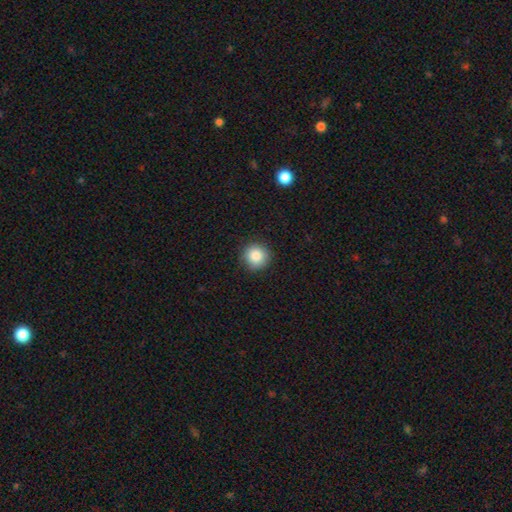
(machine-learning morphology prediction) smooth 85%, star or artifact 10%, featured or disk 5%. Down the decision tree: how rounded — round (94%); merging — none (89%).